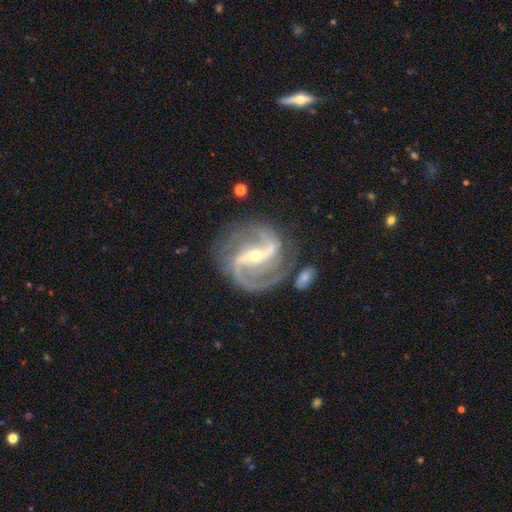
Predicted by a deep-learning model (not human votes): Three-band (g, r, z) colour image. It shows a featured or disk galaxy (92%) with a strong bar (62%), 2 (89%) medium (56%) spiral arms (98%) and a small central bulge (61%). Merging: none (72%).